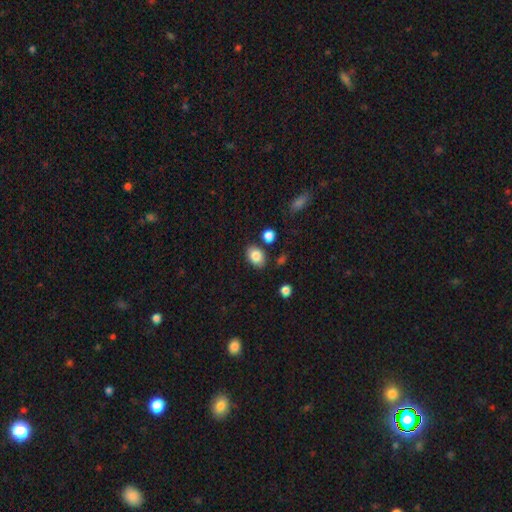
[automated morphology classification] Smooth or featured?
  - smooth: 85% *
  - star or artifact: 9%
  - featured or disk: 7%
How rounded?
  - in between: 74% *
  - round: 25%
  - cigar-shaped: 1%
Merging?
  - none: 79% *
  - minor disturbance: 12%
  - merger: 5%
  - major disturbance: 3%